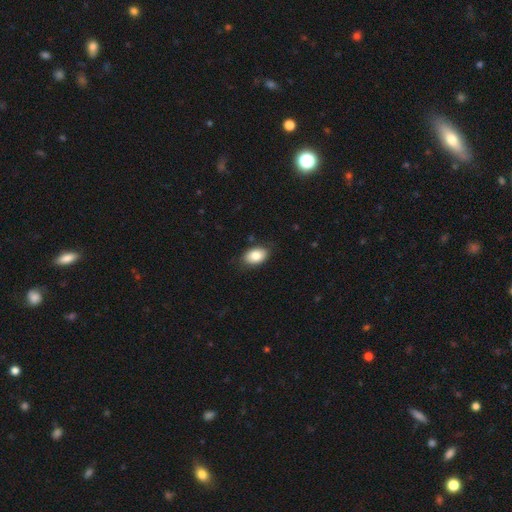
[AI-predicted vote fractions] Smooth or featured? Predicted: smooth (p=0.84). How rounded? Predicted: in between (p=0.88). Merging? Predicted: none (p=0.81).